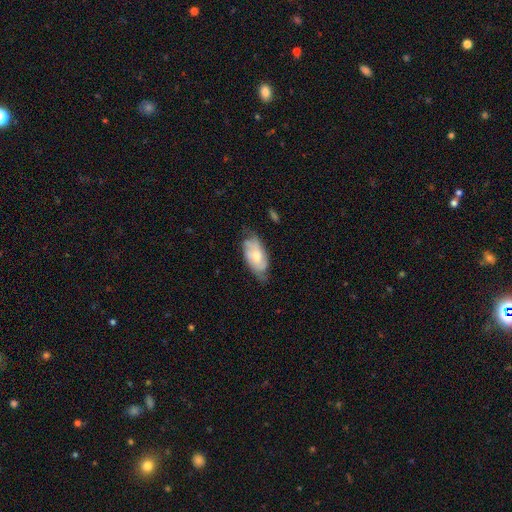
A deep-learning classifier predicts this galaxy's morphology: smooth-or-featured: featured or disk: 60% | smooth: 33% | star or artifact: 6%
  disk-edge-on: no: 93% | yes: 7%
    bar: no: 69% | weak: 27% | strong: 4%
    has-spiral-arms: yes: 86% | no: 14%
    bulge-size: moderate: 55% | small: 26% | large: 11% | none: 6% | dominant: 2%
  merging: none: 59% | minor disturbance: 30% | major disturbance: 9% | merger: 2%